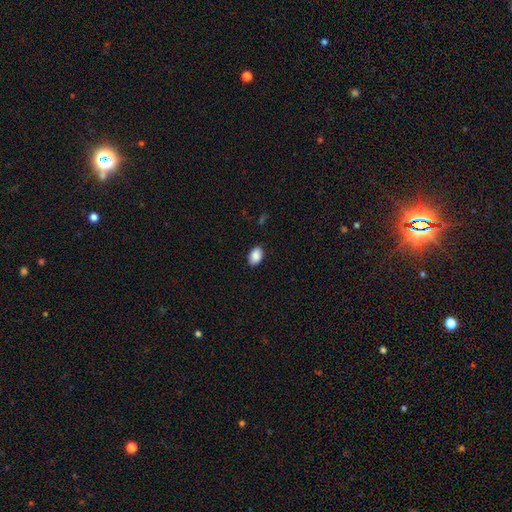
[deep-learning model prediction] Smooth or featured? smooth (89%)
How rounded? in between (87%)
Merging? none (89%)